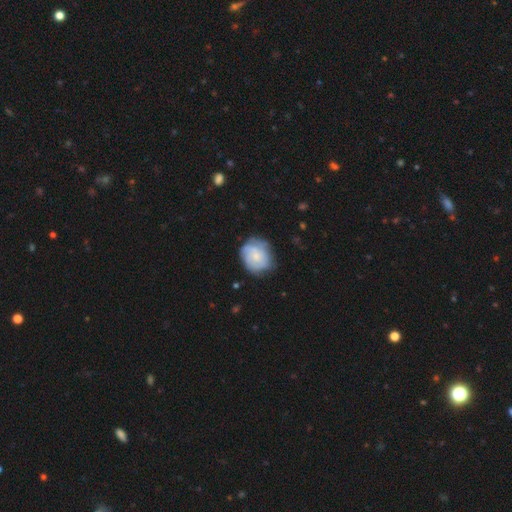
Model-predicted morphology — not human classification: featured or disk 55%, smooth 38%, star or artifact 6%. Down the decision tree: edge-on disk — no (98%); bar — no (77%); spiral arms — yes (80%); bulge size — small (59%); merging — none (66%).